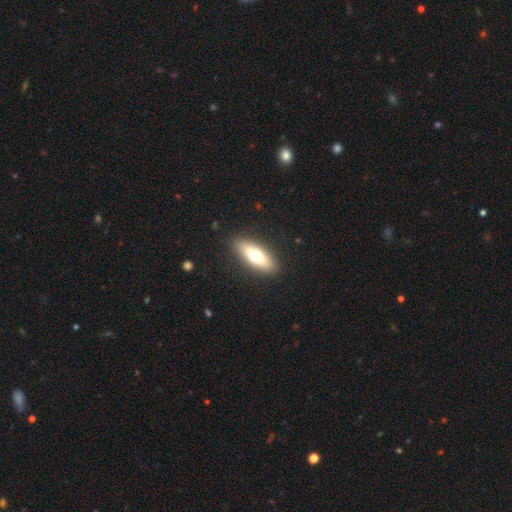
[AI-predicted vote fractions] This appears to be a smooth galaxy with no disk features (64%) that is in between round and cigar-shaped (60%). Merging: none (88%).